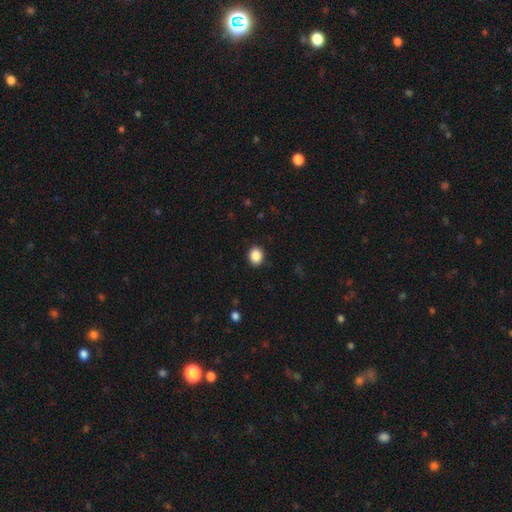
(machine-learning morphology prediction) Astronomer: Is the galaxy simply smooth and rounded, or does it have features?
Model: smooth — 88%.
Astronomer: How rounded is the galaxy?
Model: round — 64%.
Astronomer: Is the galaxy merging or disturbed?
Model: none — 91%.